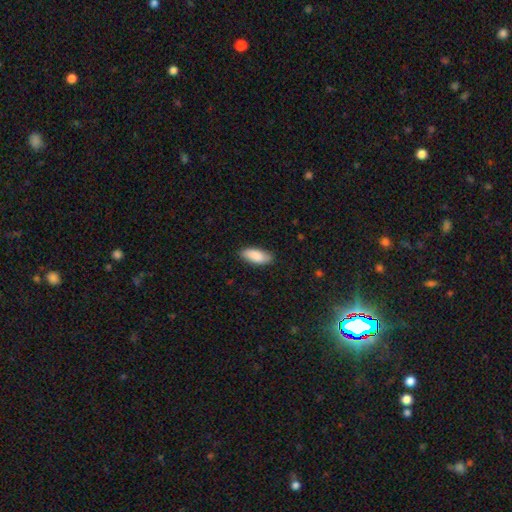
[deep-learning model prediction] smooth_or_featured: smooth (p=0.88) [alt: featured or disk p=0.07]
how_rounded: in between (p=0.84) [alt: cigar-shaped p=0.15]
merging: none (p=0.84) [alt: minor disturbance p=0.13]